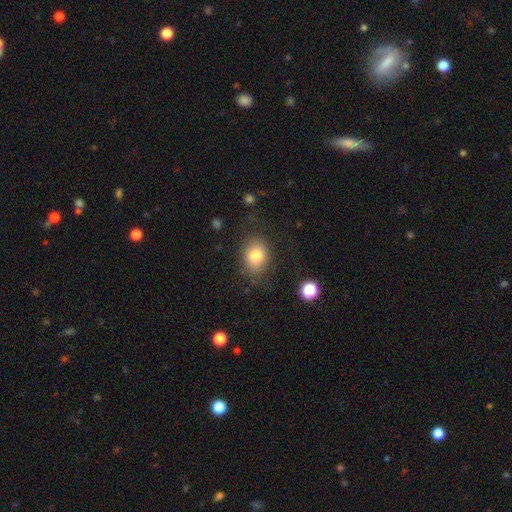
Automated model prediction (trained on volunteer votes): This is likely a smooth galaxy (80%). How rounded: possibly in between (57%). Merging: likely none (75%).